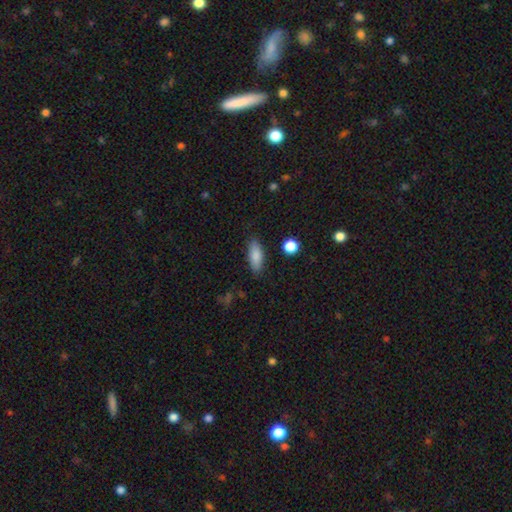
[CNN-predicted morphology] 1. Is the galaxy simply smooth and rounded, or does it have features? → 84% smooth, 9% featured or disk, 7% star or artifact.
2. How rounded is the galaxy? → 72% in between, 25% cigar-shaped, 3% round.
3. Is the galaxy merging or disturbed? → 85% none, 11% minor disturbance, 3% major disturbance, 2% merger.